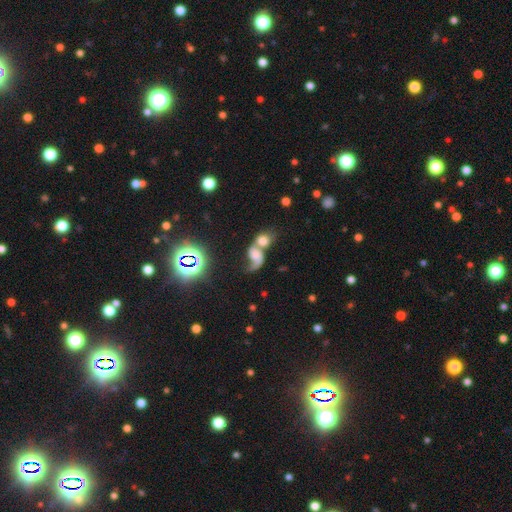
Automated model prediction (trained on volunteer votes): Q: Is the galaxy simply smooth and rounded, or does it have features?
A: featured or disk — 48%.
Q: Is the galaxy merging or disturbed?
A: merger — 69%.